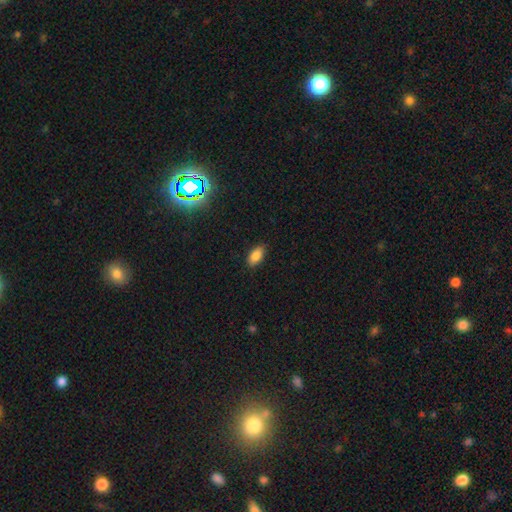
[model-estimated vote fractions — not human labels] Smooth or featured: smooth — 86% (star or artifact — 9%)
How rounded: in between — 92% (round — 4%)
Merging: none — 86% (minor disturbance — 11%)